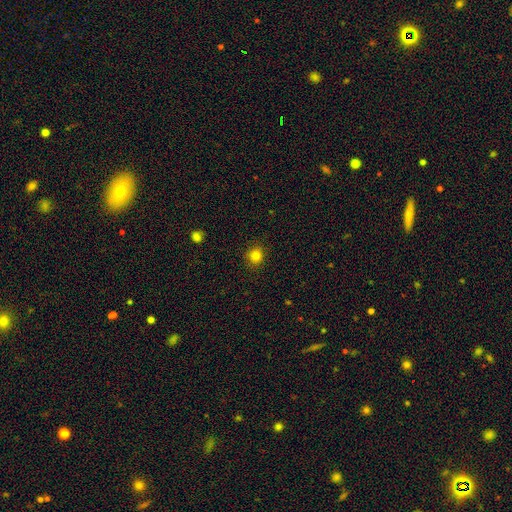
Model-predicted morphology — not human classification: Q: Smooth or featured?
A: smooth (82%); runner-up: star or artifact (13%)
Q: How rounded?
A: round (86%); runner-up: in between (13%)
Q: Merging?
A: none (90%); runner-up: minor disturbance (7%)